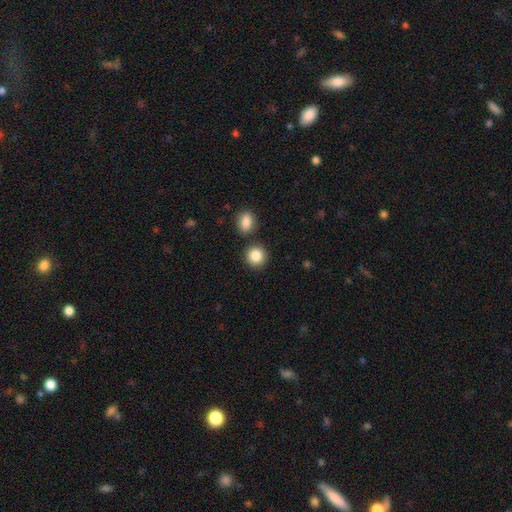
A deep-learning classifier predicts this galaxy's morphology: Overall: smooth (86%). How rounded: round (89%). Merging: none (81%).